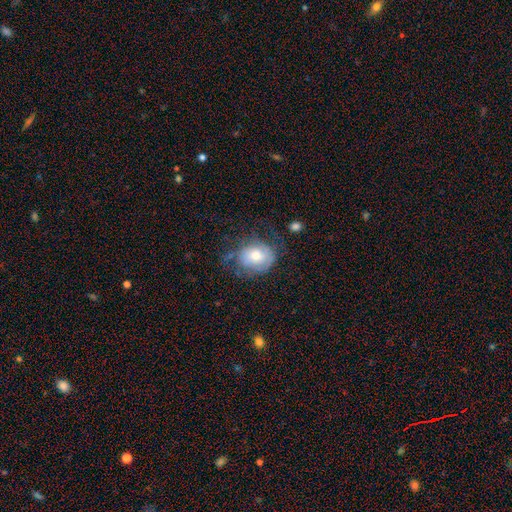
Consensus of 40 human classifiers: featured or disk 52%, smooth 42%, star or artifact 5%. Down the decision tree: edge-on disk — no (100%); bar — no (81%); spiral arms — yes (71%); spiral arm count — can't tell (53%); spiral winding — medium (53%); bulge size — moderate (62%); merging — none (53%).